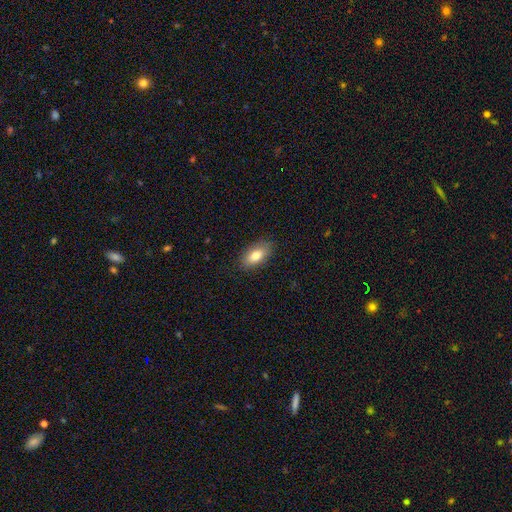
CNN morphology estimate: Smooth or featured: smooth — 80% (featured or disk — 13%)
How rounded: in between — 89% (cigar-shaped — 7%)
Merging: none — 87% (minor disturbance — 10%)